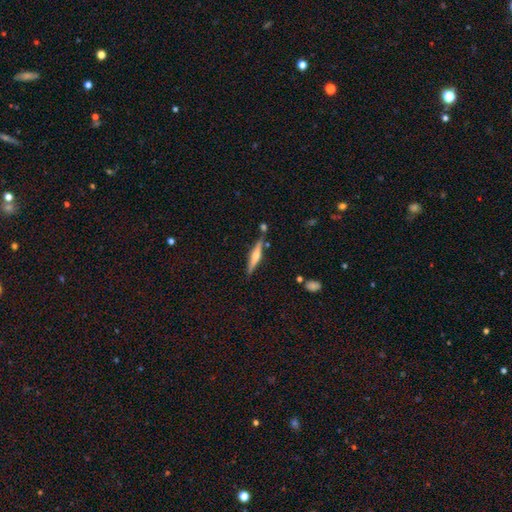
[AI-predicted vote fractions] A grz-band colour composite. It shows a featured or disk galaxy (59%) viewed edge-on (96%) with a rounded central bulge (82%). Merging: none (81%).